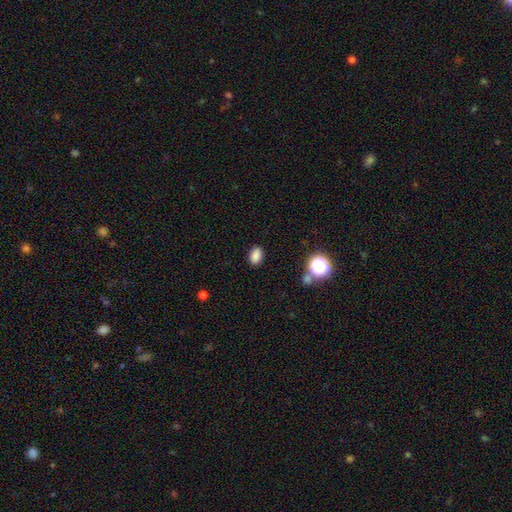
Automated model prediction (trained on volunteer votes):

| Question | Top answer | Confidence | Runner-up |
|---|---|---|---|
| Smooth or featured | smooth | 84% | star or artifact (12%) |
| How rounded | in between | 81% | round (18%) |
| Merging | none | 86% | minor disturbance (9%) |